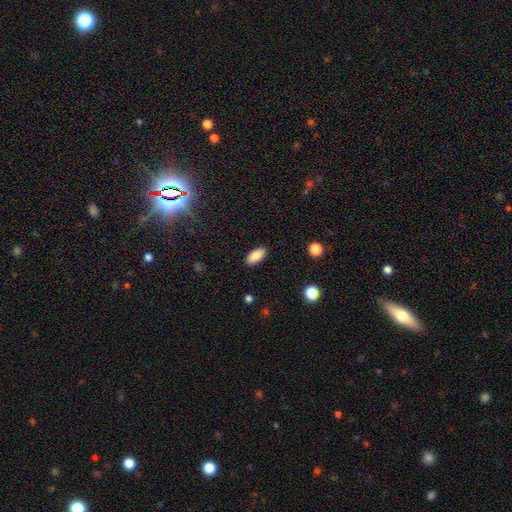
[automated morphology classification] Smooth or featured? Predicted: smooth (p=0.88). How rounded? Predicted: in between (p=0.89). Merging? Predicted: none (p=0.88).